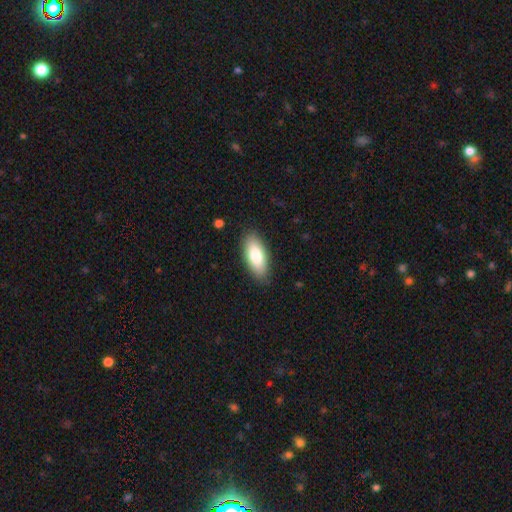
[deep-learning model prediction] Smooth or featured: smooth — 82% (featured or disk — 12%)
How rounded: in between — 84% (cigar-shaped — 14%)
Merging: none — 86% (minor disturbance — 11%)